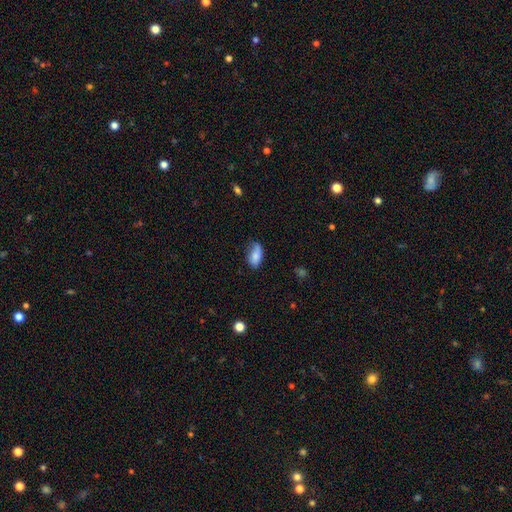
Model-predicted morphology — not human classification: Q: Smooth or featured?
A: smooth (80%); runner-up: featured or disk (12%)
Q: How rounded?
A: in between (91%); runner-up: cigar-shaped (5%)
Q: Merging?
A: none (57%); runner-up: minor disturbance (32%)